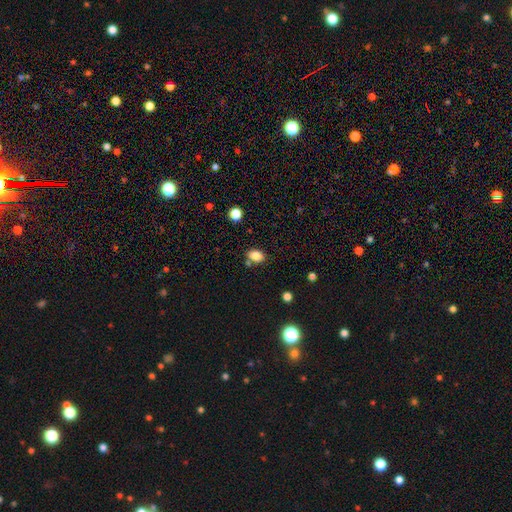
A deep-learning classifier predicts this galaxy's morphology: A smooth galaxy with no disk features (84%) that is in between round and cigar-shaped (77%). Merging: none (72%).